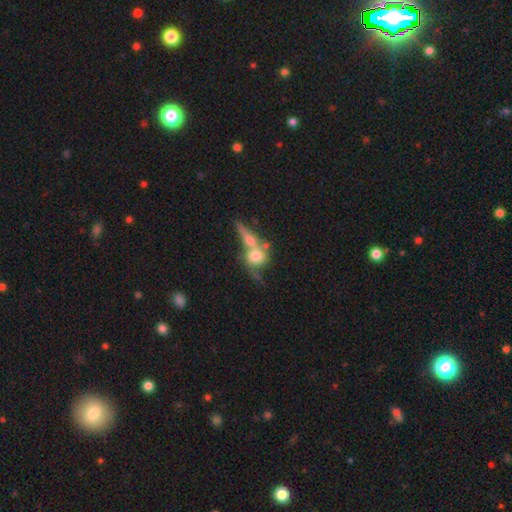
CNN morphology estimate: smooth 57%, featured or disk 34%, star or artifact 9%. Down the decision tree: how rounded — round (65%); merging — merger (52%).